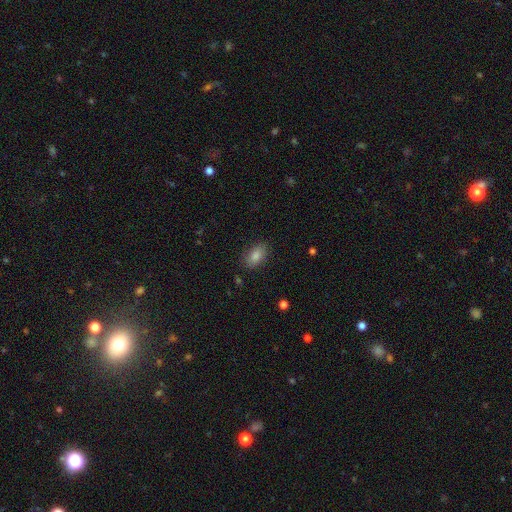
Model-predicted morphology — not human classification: The model was most divided on "smooth or featured": smooth: 82%, star or artifact: 10%, featured or disk: 8%. More confident: how rounded — in between (89%); merging — none (86%).